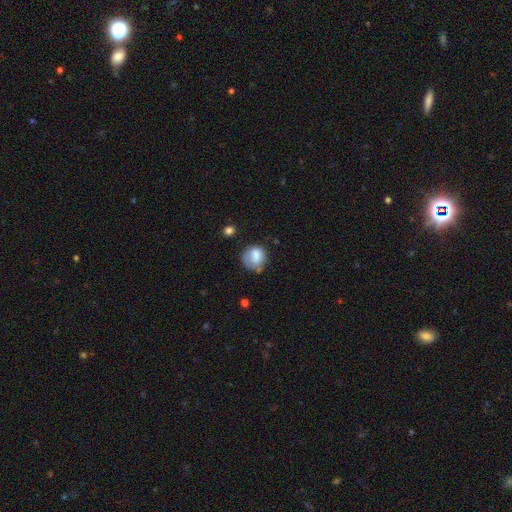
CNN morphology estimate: Overall: smooth (71%). How rounded: round (74%). Merging: none (54%; minor disturbance 28%).